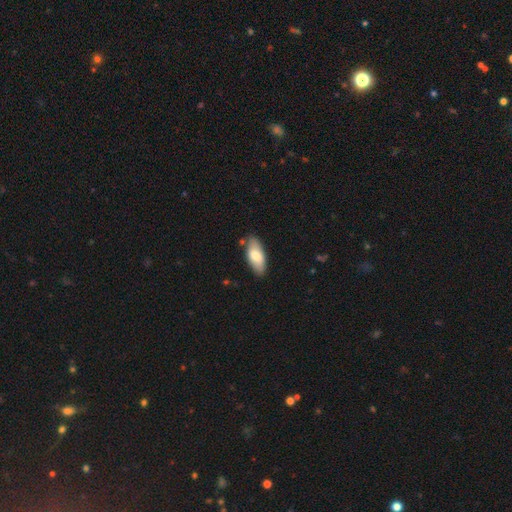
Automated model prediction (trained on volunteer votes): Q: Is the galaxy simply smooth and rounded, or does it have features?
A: smooth — 75%.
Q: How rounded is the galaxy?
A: in between — 86%.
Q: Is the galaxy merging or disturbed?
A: none — 81%.